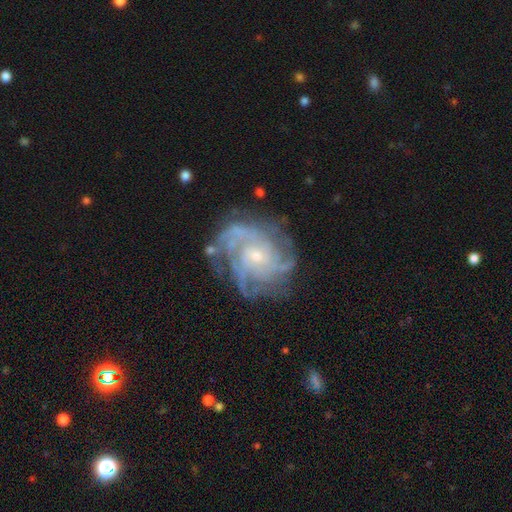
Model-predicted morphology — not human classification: Smooth or featured: featured or disk — 89% (star or artifact — 6%)
Edge-on disk: no — 98% (yes — 2%)
Bar: no — 70% (weak — 25%)
Spiral arms: yes — 97% (no — 3%)
Spiral winding: tight — 58% (medium — 34%)
Spiral arm count: 4 — 29% (can't tell — 23%)
Bulge size: small — 72% (moderate — 24%)
Merging: none — 71% (minor disturbance — 18%)